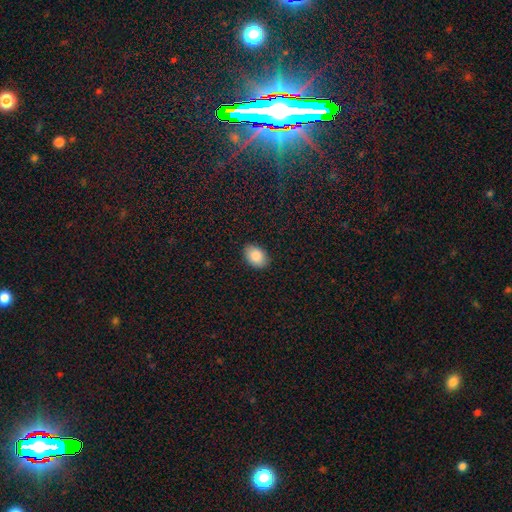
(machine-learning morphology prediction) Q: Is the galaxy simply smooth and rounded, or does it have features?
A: smooth — 87%.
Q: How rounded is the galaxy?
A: in between — 84%.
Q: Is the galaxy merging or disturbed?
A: none — 89%.